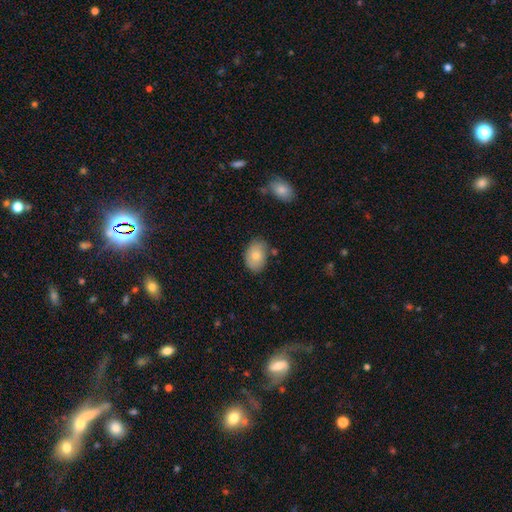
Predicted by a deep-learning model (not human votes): A smooth galaxy with no disk features (78%) that is in between round and cigar-shaped (81%). Merging: none (72%).